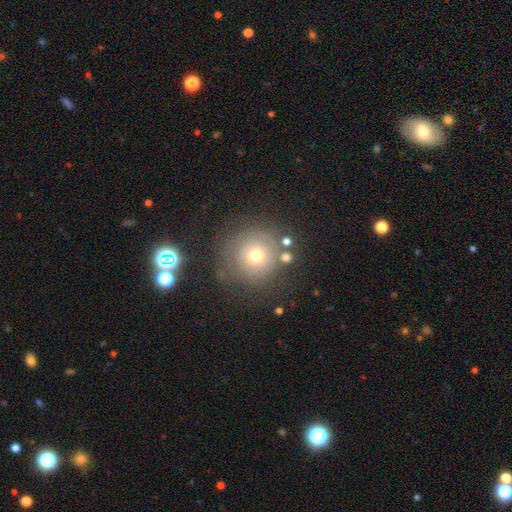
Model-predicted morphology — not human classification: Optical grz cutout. It shows a smooth galaxy with no disk features (48%). Merging: none (68%).